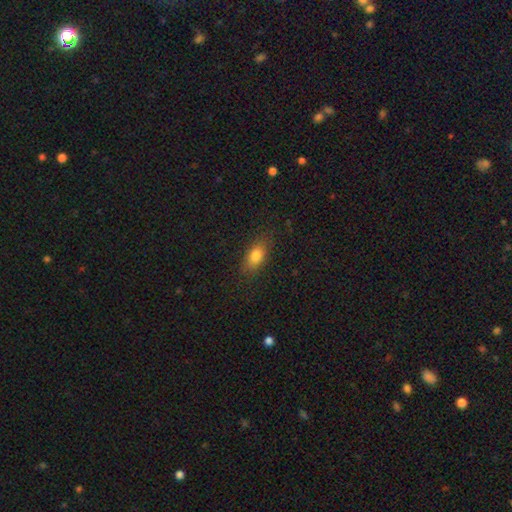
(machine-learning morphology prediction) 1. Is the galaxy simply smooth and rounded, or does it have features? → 81% smooth, 10% featured or disk, 9% star or artifact.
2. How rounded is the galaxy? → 84% in between, 9% cigar-shaped, 7% round.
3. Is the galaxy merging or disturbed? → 83% none, 12% minor disturbance, 4% major disturbance, 1% merger.